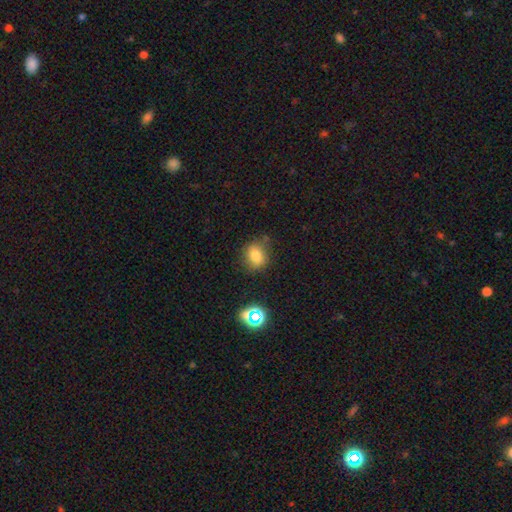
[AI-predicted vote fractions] Overall: smooth (76%). How rounded: round (56%; in between 43%). Merging: none (74%).